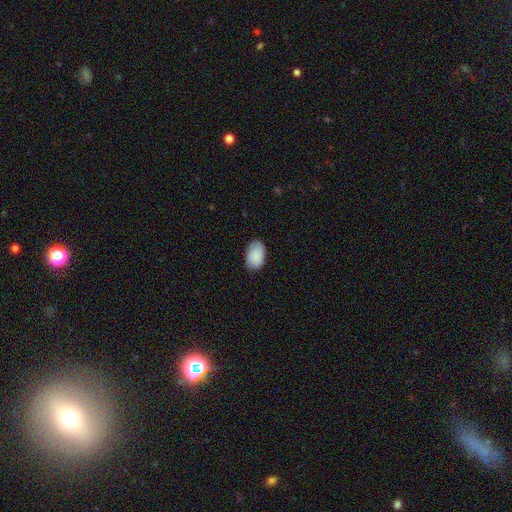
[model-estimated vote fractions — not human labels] Overall: smooth (86%). How rounded: in between (89%). Merging: none (80%).